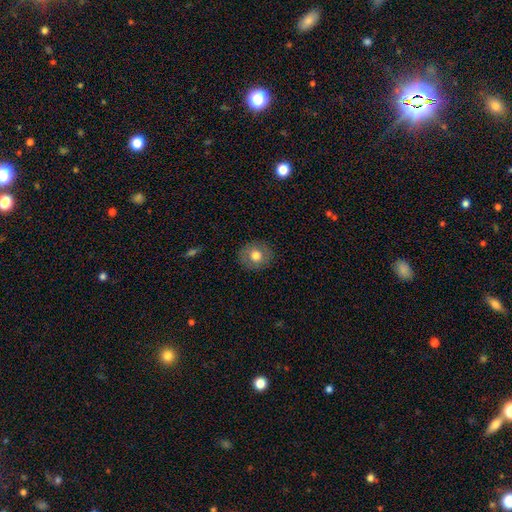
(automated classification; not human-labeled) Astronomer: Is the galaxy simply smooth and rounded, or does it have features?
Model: smooth — 76%.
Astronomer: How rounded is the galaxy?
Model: round — 83%.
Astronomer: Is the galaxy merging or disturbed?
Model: none — 88%.